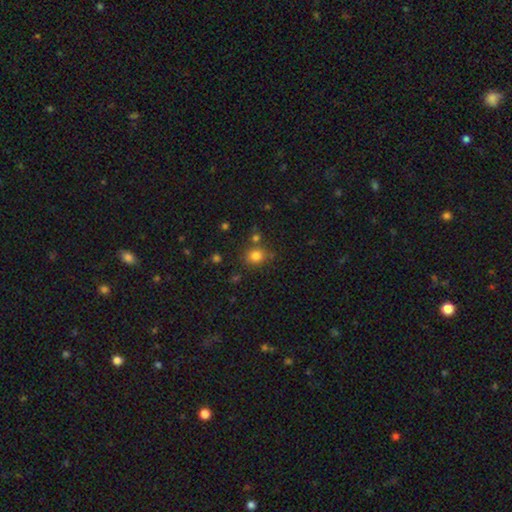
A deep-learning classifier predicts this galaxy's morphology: type=smooth (81%); roundness=round (75%); merging=none (74%).